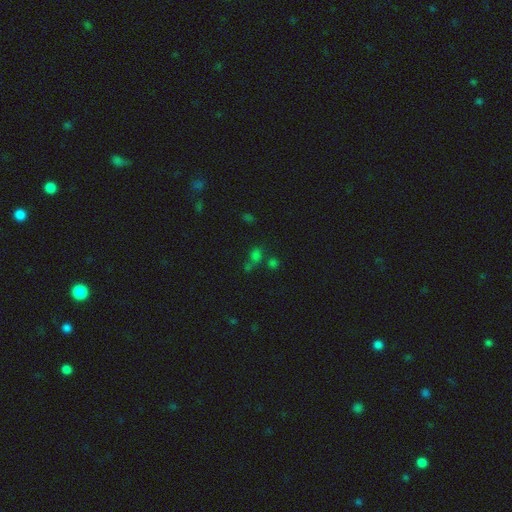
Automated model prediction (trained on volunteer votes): A smooth galaxy with no disk features (53%) that is round (52%).

Vote fractions:
- Smooth or featured? smooth: 53% / star or artifact: 38% / featured or disk: 8%
- How rounded? round: 52% / in between: 44% / cigar-shaped: 4%
- Merging? none: 50% / merger: 31% / minor disturbance: 12% / major disturbance: 7%